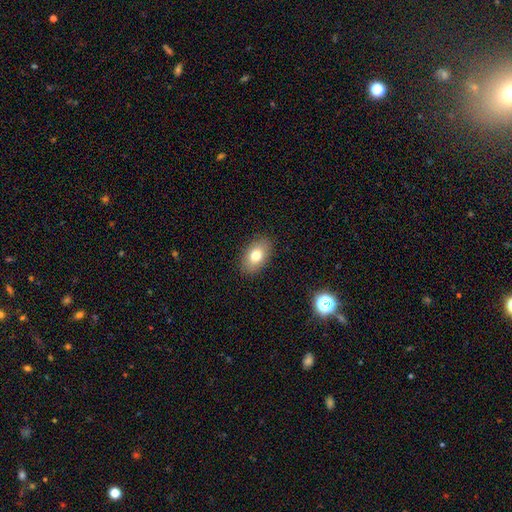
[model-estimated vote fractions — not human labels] Smooth or featured: smooth — 77% (featured or disk — 14%)
How rounded: in between — 89% (round — 10%)
Merging: none — 88% (minor disturbance — 9%)